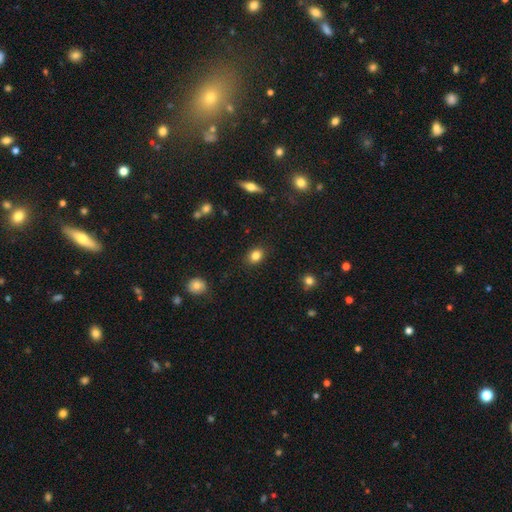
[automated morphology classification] This appears to be a smooth galaxy with no disk features (84%) that is in between round and cigar-shaped (61%). Merging: none (88%).